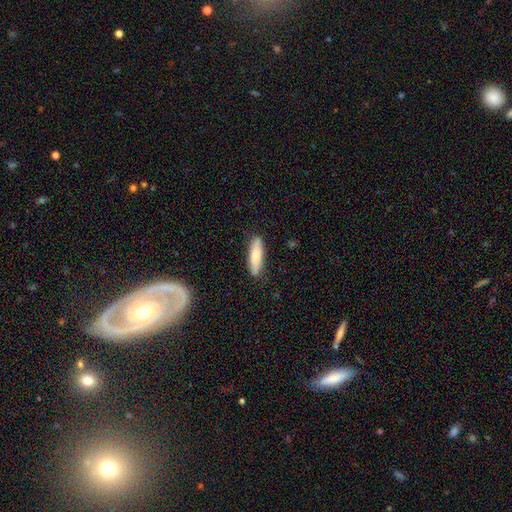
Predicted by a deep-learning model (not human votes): Morphology: type=smooth (71%); roundness=cigar-shaped (63%); merging=none (84%).